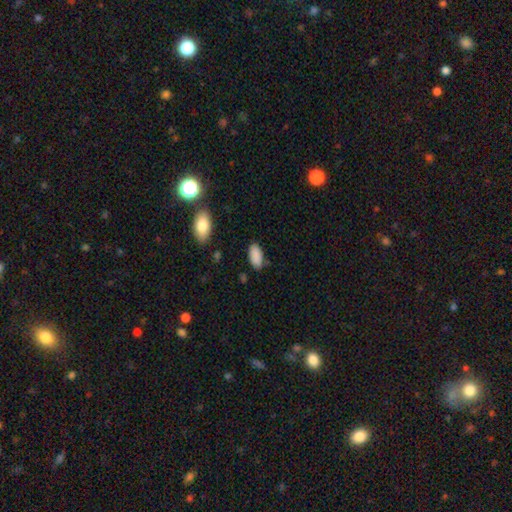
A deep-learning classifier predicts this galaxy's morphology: The model was most divided on "merging": none: 82%, minor disturbance: 13%, major disturbance: 3%, merger: 2%. More confident: how rounded — in between (94%); smooth or featured — smooth (89%).